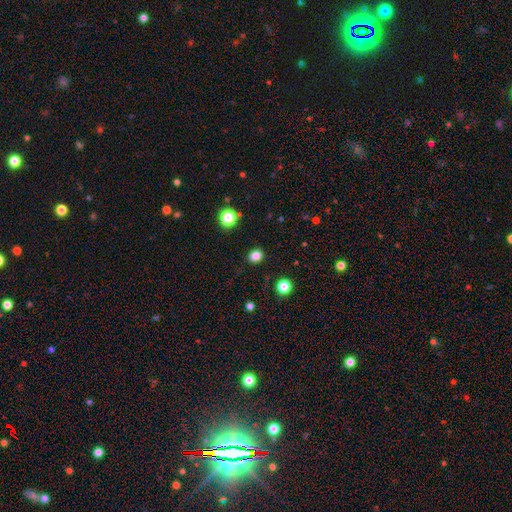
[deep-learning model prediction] smooth-or-featured: smooth: 83% | star or artifact: 13% | featured or disk: 4%
  how-rounded: round: 61% | in between: 38% | cigar-shaped: 1%
  merging: none: 90% | minor disturbance: 7% | major disturbance: 2% | merger: 1%